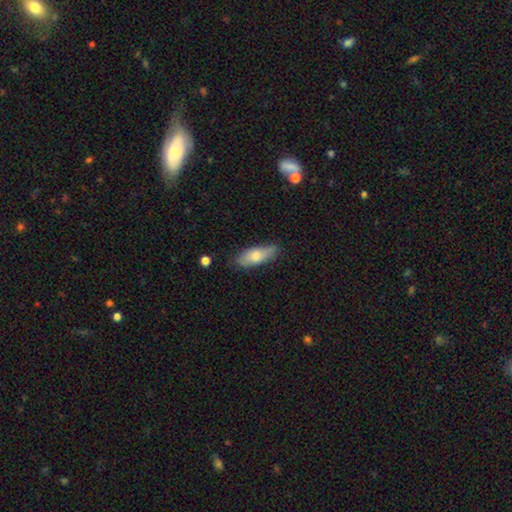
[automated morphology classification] A smooth galaxy with no disk features (71%) that is in between round and cigar-shaped (69%). Merging: none (77%).